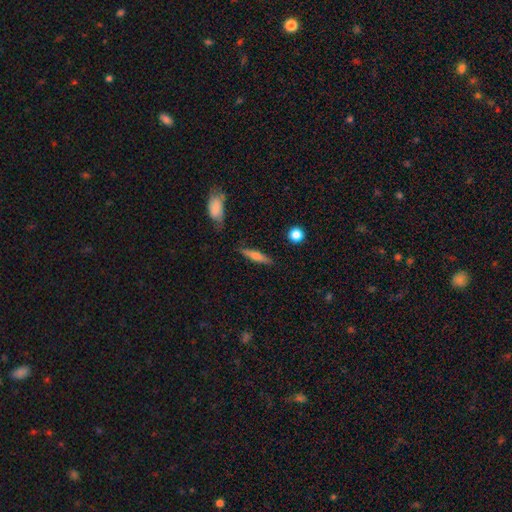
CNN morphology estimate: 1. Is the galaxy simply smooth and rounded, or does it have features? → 58% smooth, 35% featured or disk, 7% star or artifact.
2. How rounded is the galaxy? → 81% cigar-shaped, 16% in between, 3% round.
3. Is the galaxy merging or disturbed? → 84% none, 11% minor disturbance, 3% major disturbance, 2% merger.